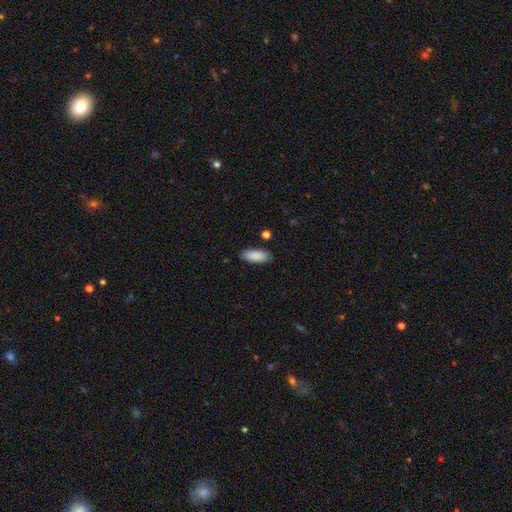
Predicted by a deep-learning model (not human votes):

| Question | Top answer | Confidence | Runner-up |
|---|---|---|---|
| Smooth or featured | smooth | 89% | star or artifact (6%) |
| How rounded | in between | 79% | cigar-shaped (20%) |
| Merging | none | 87% | minor disturbance (9%) |